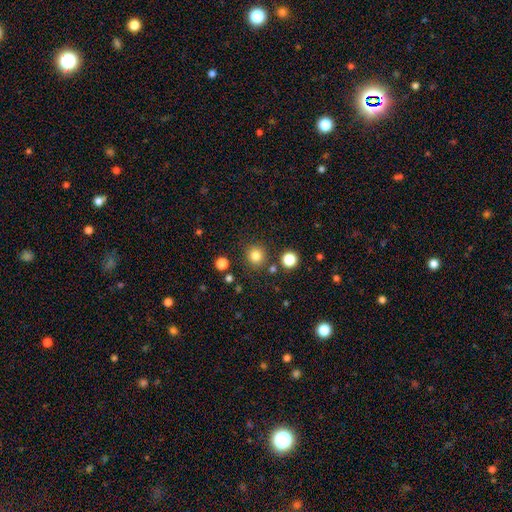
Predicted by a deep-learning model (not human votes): smooth-or-featured: smooth: 82% | star or artifact: 13% | featured or disk: 5%
  how-rounded: round: 92% | in between: 7% | cigar-shaped: 1%
  merging: none: 86% | minor disturbance: 7% | merger: 4% | major disturbance: 3%